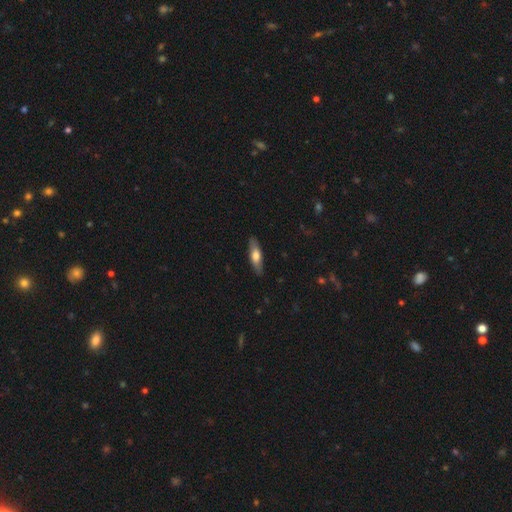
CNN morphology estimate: Smooth or featured? smooth (60%)
How rounded? cigar-shaped (55%)
Merging? none (87%)